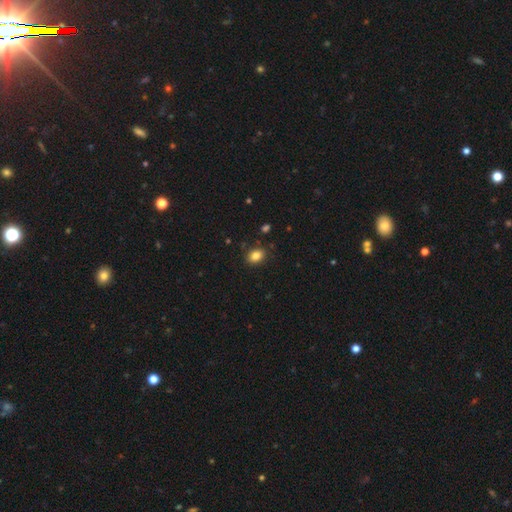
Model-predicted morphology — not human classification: Overall: smooth (84%). How rounded: in between (67%; round 32%). Merging: none (86%).